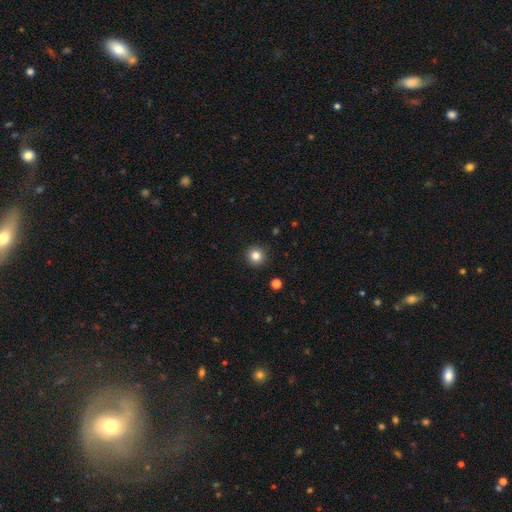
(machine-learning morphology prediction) type=smooth (83%); roundness=round (95%); merging=none (92%).